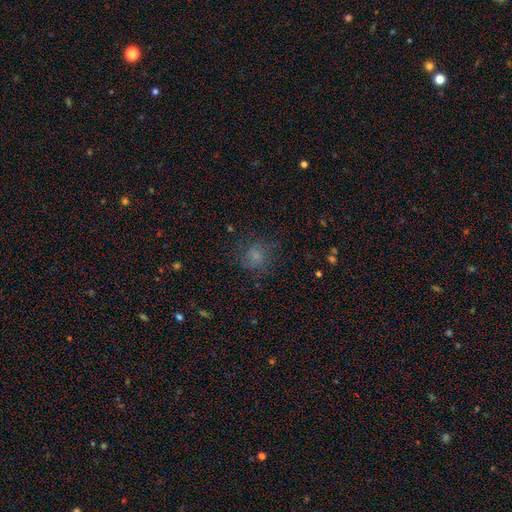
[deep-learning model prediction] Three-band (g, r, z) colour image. It shows a smooth galaxy with no disk features (70%) that is round (82%). Merging: none (71%).